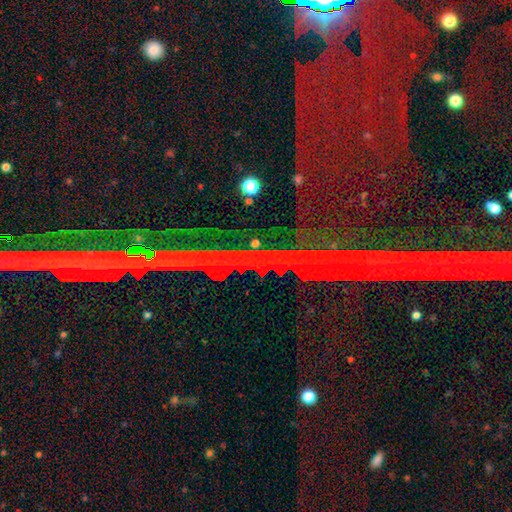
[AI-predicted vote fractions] Smooth or featured?
  - star or artifact: 84% *
  - featured or disk: 9%
  - smooth: 7%